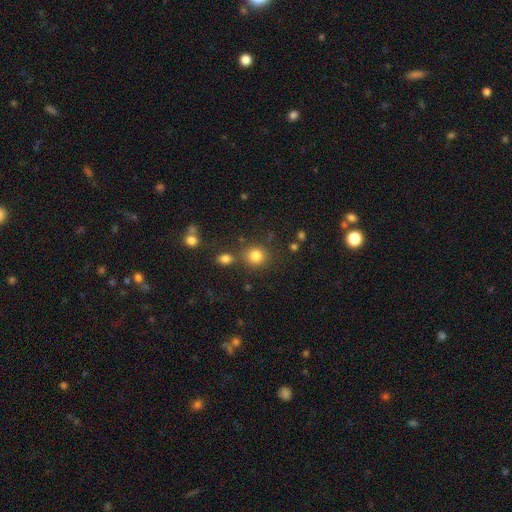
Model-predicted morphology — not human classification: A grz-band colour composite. It shows a smooth galaxy with no disk features (81%) that is round (86%). Merging: none (77%).